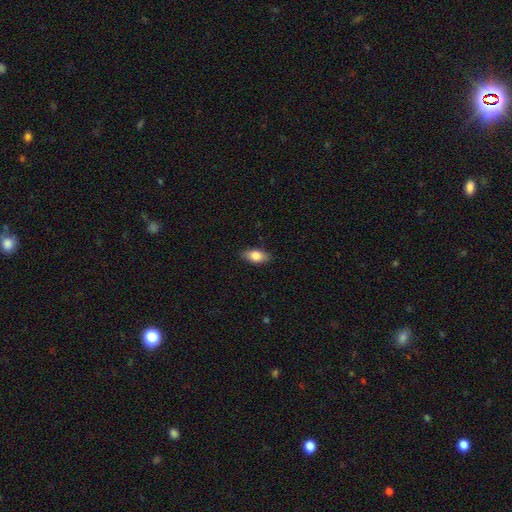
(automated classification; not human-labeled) smooth 77%, featured or disk 17%, star or artifact 7%. Down the decision tree: how rounded — in between (85%); merging — none (86%).